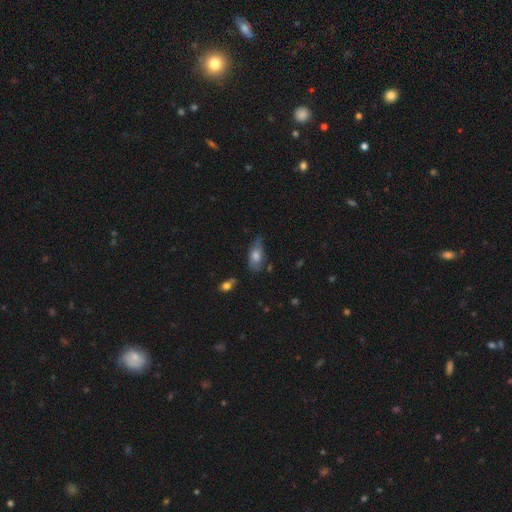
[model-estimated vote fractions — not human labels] Smooth or featured?
  - smooth: 65% *
  - featured or disk: 27%
  - star or artifact: 8%
How rounded?
  - in between: 83% *
  - cigar-shaped: 13%
  - round: 4%
Merging?
  - none: 47% *
  - minor disturbance: 38%
  - major disturbance: 11%
  - merger: 4%